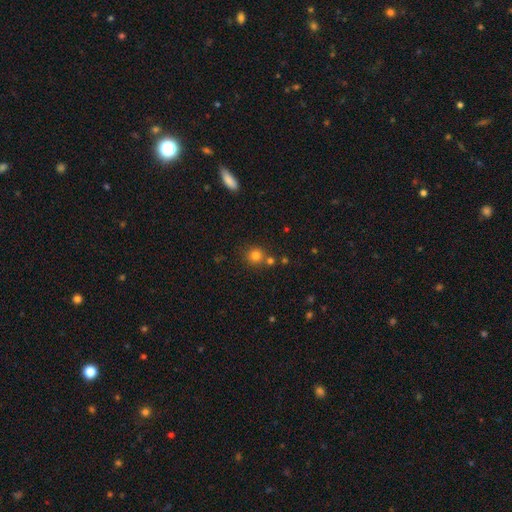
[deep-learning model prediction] Smooth or featured? Predicted: smooth (p=0.78). How rounded? Predicted: round (p=0.91). Merging? Predicted: none (p=0.71).